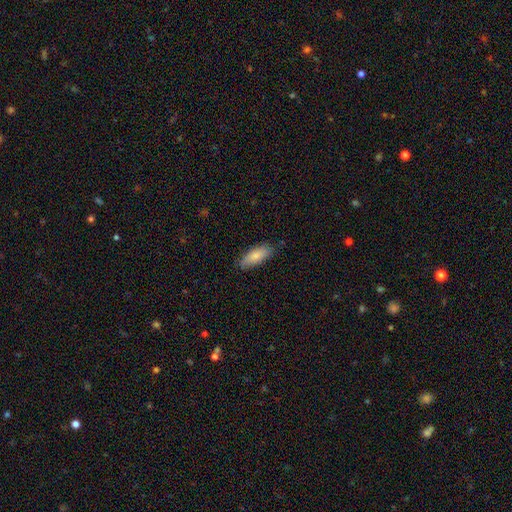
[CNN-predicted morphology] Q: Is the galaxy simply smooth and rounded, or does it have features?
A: smooth — 80%.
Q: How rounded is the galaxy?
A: in between — 69%.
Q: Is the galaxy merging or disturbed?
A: none — 82%.